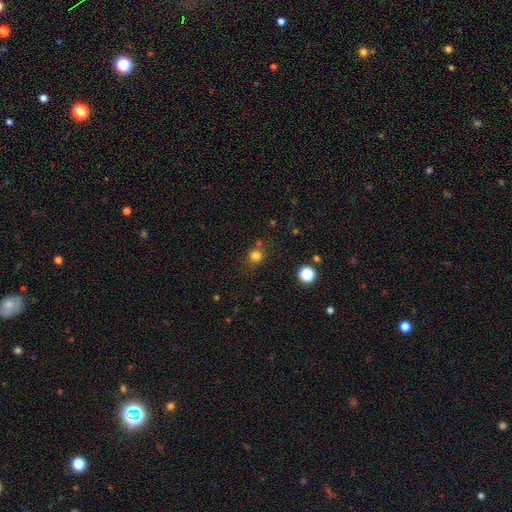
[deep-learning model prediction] This appears to be a smooth galaxy with no disk features (79%) that is round (86%). Merging: none (74%).